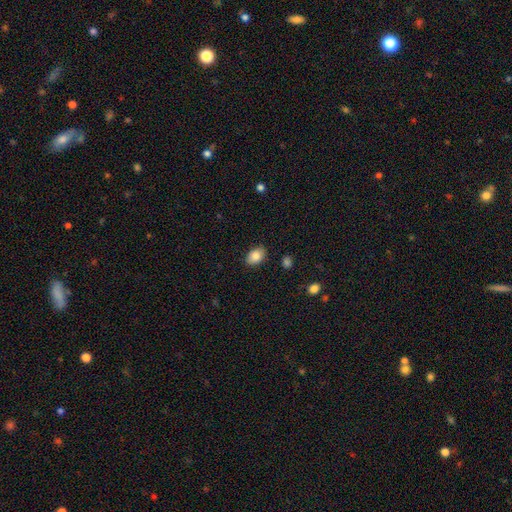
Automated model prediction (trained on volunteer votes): Smooth or featured: smooth — 85% (star or artifact — 8%)
How rounded: in between — 83% (round — 16%)
Merging: none — 85% (minor disturbance — 11%)